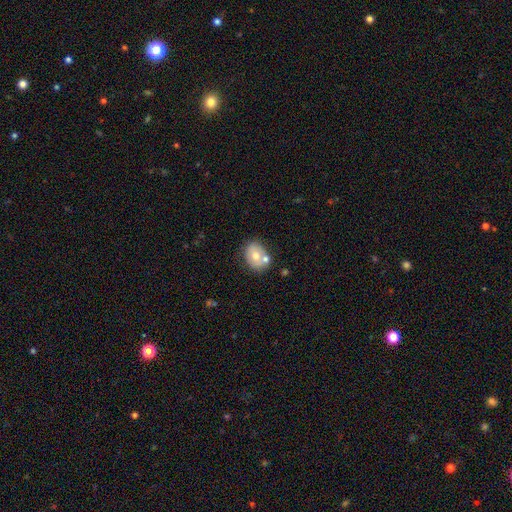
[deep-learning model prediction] A smooth galaxy with no disk features (63%) that is in between round and cigar-shaped (58%).

Vote fractions:
- Smooth or featured? smooth: 63% / featured or disk: 28% / star or artifact: 9%
- How rounded? in between: 58% / round: 41% / cigar-shaped: 1%
- Merging? none: 57% / merger: 24% / minor disturbance: 15% / major disturbance: 4%